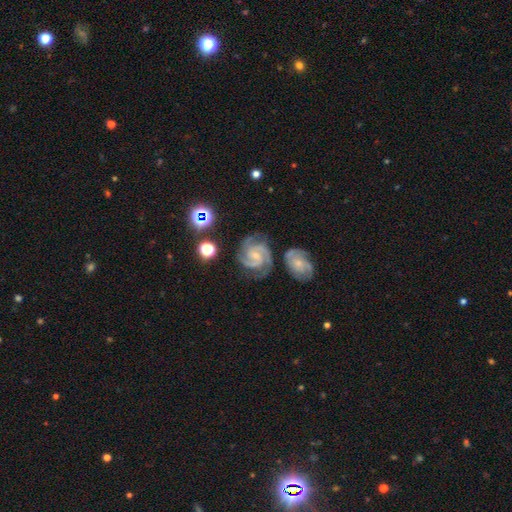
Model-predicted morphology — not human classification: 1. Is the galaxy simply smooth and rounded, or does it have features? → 91% featured or disk, 5% star or artifact, 4% smooth.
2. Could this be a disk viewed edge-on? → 98% no, 2% yes.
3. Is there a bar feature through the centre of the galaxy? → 52% no, 38% weak, 10% strong.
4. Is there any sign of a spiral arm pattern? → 98% yes, 2% no.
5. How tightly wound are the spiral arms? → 47% tight (tied), 47% medium (tied), 6% loose.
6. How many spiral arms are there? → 48% 3, 31% 2, 7% can't tell, 7% 4, 4% 1, 4% more than 4.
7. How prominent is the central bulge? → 69% small, 23% moderate, 5% none, 1% large, 1% dominant.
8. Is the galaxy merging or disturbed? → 65% none, 18% minor disturbance, 9% merger, 8% major disturbance.